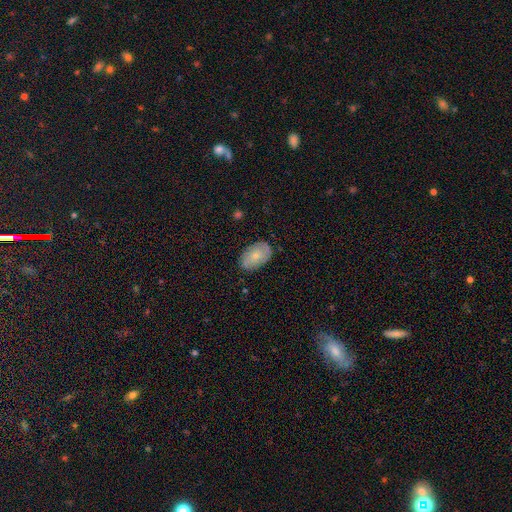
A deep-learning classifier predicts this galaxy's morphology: smooth-or-featured: smooth: 68% | featured or disk: 26% | star or artifact: 7%
  how-rounded: in between: 91% | round: 8% | cigar-shaped: 1%
  merging: none: 80% | minor disturbance: 16% | major disturbance: 3% | merger: 1%